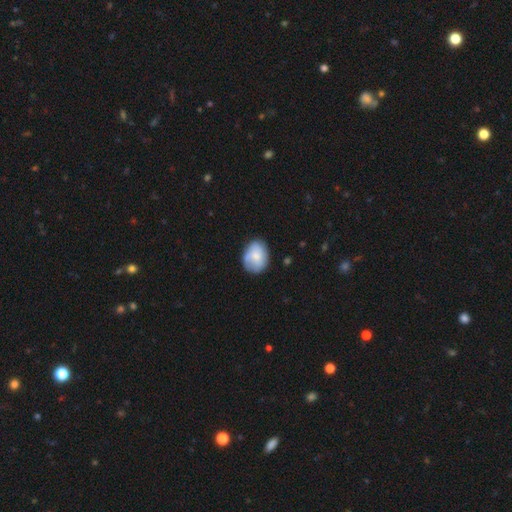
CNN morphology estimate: This appears to be a smooth galaxy with no disk features (70%) that is in between round and cigar-shaped (59%). Merging: none (69%).